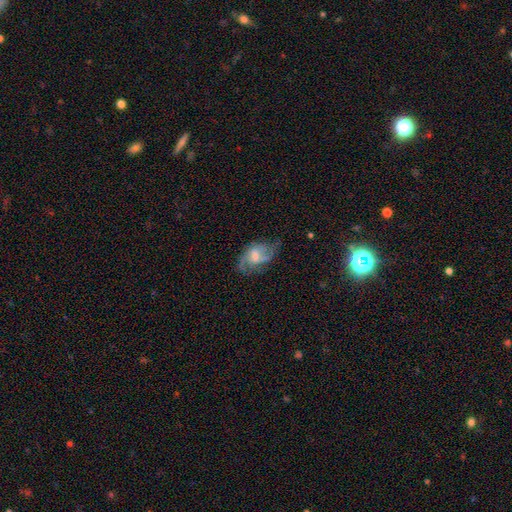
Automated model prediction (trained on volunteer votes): Overall: featured or disk (72%). Edge-on disk: no (97%). Bar: weak (52%; no 36%). Spiral arms: yes (86%). Spiral arm count: 2 (55%; can't tell 19%). Spiral winding: medium (44%; loose 39%). Bulge size: moderate (43%; small 40%). Merging: none (51%; minor disturbance 26%).